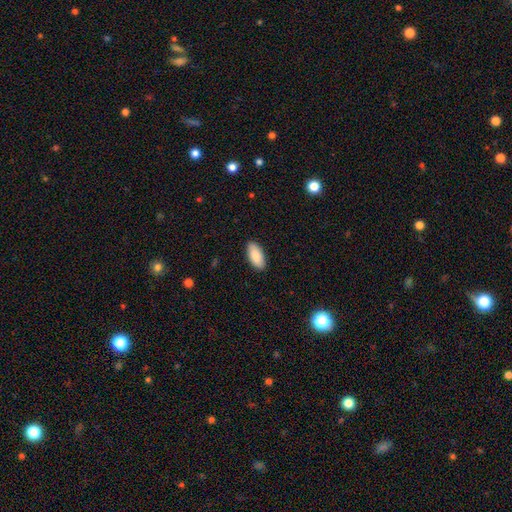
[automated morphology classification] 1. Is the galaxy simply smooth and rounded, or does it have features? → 89% smooth, 6% featured or disk, 6% star or artifact.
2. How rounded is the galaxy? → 90% in between, 8% cigar-shaped, 2% round.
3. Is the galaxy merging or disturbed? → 89% none, 8% minor disturbance, 2% major disturbance, 1% merger.